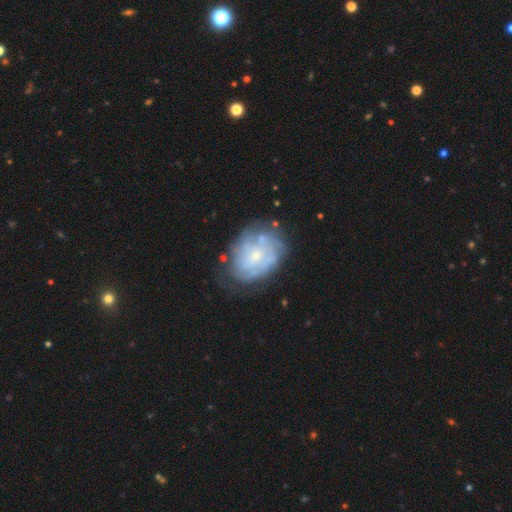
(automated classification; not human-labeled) Smooth or featured? Predicted: featured or disk (p=0.74). Edge-on disk? Predicted: no (p=0.97). Bar? Predicted: no (p=0.70). Spiral arms? Predicted: yes (p=0.84). Spiral winding? Predicted: tight (p=0.70). Spiral arm count? Predicted: can't tell (p=0.58). Bulge size? Predicted: small (p=0.71). Merging? Predicted: none (p=0.66).